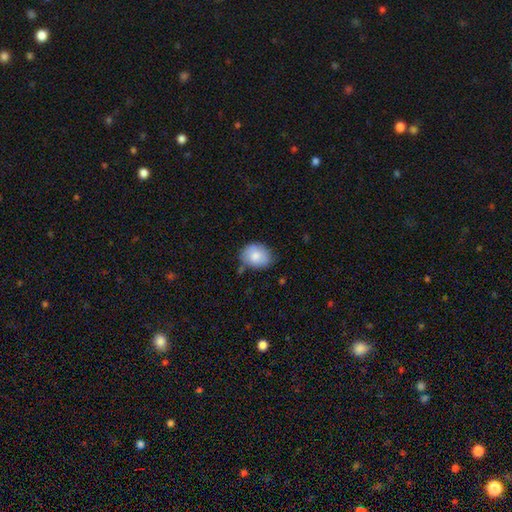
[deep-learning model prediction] This appears to be a smooth galaxy with no disk features (83%) that is in between round and cigar-shaped (56%). Merging: none (67%).